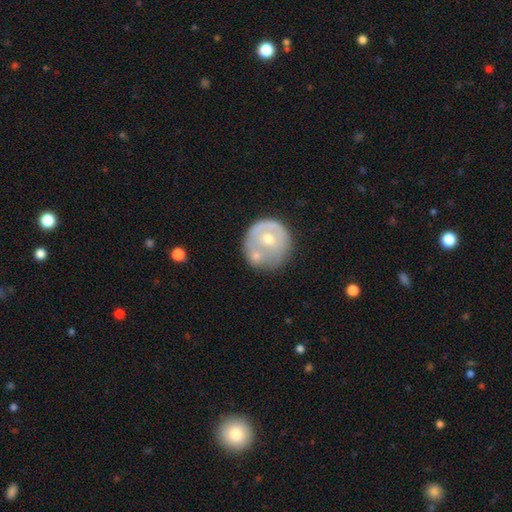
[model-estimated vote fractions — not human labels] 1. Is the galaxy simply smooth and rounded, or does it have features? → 51% smooth, 42% featured or disk, 7% star or artifact.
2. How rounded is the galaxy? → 86% round, 13% in between, 1% cigar-shaped.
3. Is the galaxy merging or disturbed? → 42% none, 30% merger, 18% minor disturbance, 10% major disturbance.